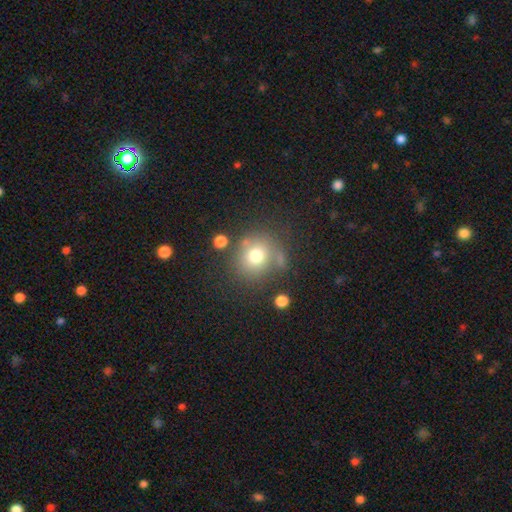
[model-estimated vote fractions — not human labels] This appears to be a smooth galaxy with no disk features (73%) that is round (82%). Merging: none (66%).